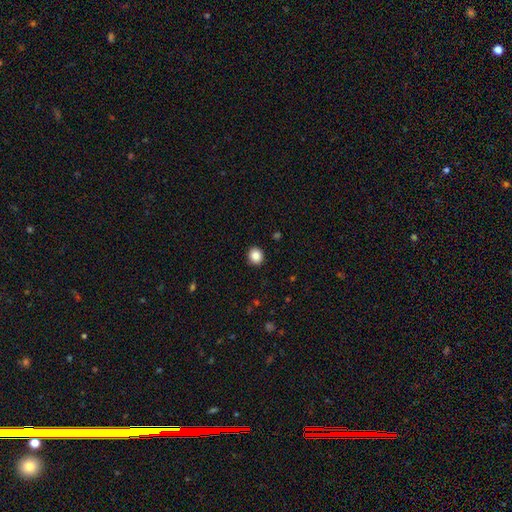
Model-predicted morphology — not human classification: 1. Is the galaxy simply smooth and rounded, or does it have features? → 86% smooth, 9% star or artifact, 4% featured or disk.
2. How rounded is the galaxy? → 85% round, 14% in between, 1% cigar-shaped.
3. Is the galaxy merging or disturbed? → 92% none, 5% minor disturbance, 2% major disturbance, 1% merger.